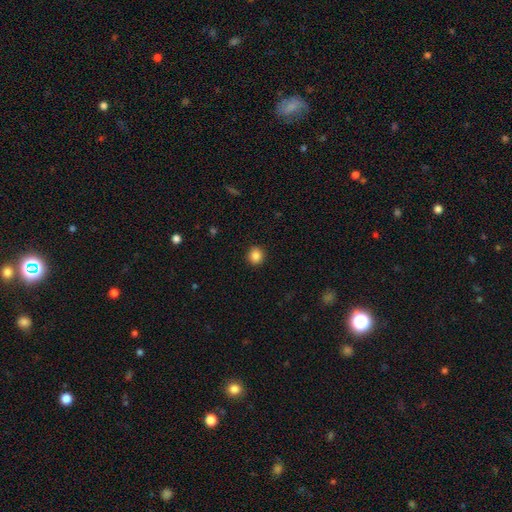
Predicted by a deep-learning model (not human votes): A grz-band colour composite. It shows a smooth galaxy with no disk features (86%) that is round (87%). Merging: none (92%).